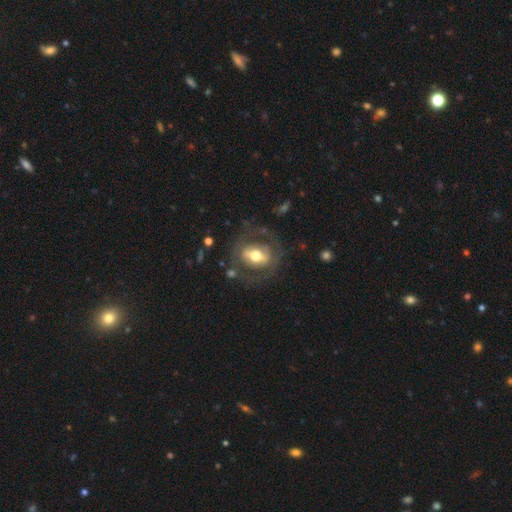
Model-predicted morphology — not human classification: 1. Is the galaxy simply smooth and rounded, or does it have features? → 62% featured or disk, 31% smooth, 7% star or artifact.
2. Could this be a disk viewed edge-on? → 88% no, 12% yes.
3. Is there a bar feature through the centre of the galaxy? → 47% strong, 28% weak, 25% no.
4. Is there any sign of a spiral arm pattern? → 67% no, 33% yes.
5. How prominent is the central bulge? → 64% moderate, 23% large, 9% small, 2% dominant, 1% none.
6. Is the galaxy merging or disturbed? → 67% none, 15% minor disturbance, 15% major disturbance, 3% merger.